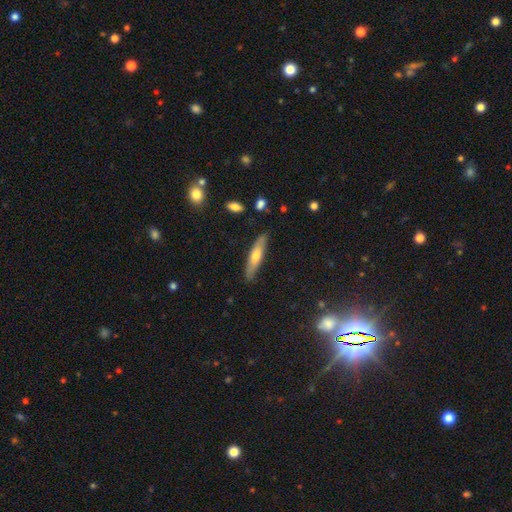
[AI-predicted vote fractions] smooth_or_featured: smooth (p=0.54) [alt: featured or disk p=0.40]
how_rounded: cigar-shaped (p=0.81) [alt: in between p=0.17]
merging: none (p=0.85) [alt: minor disturbance p=0.11]